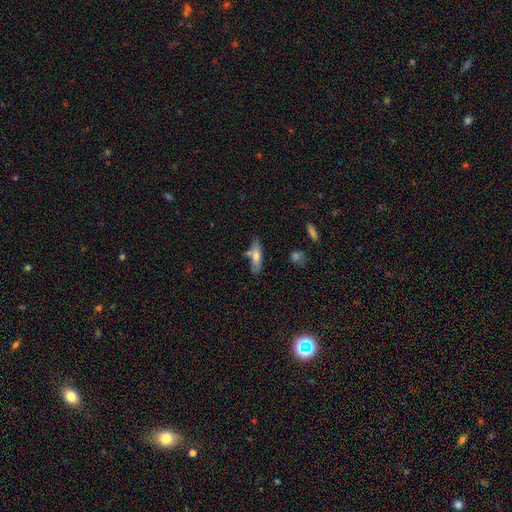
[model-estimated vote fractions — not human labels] Overall: smooth (67%). How rounded: cigar-shaped (54%; in between 43%). Merging: none (60%; minor disturbance 20%).